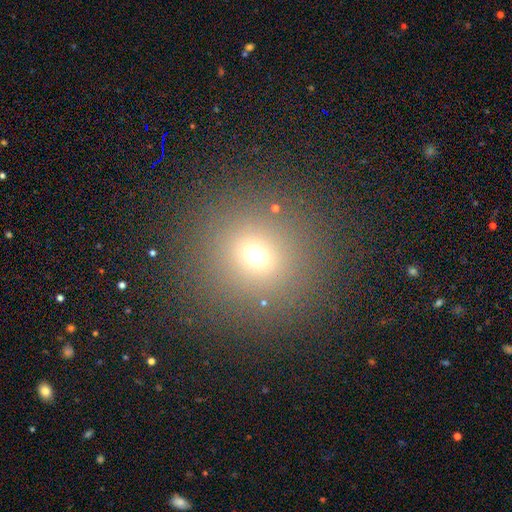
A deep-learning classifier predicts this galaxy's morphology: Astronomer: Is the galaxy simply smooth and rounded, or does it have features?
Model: smooth — 65%.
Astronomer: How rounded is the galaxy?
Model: round — 90%.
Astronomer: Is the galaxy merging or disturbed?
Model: none — 86%.